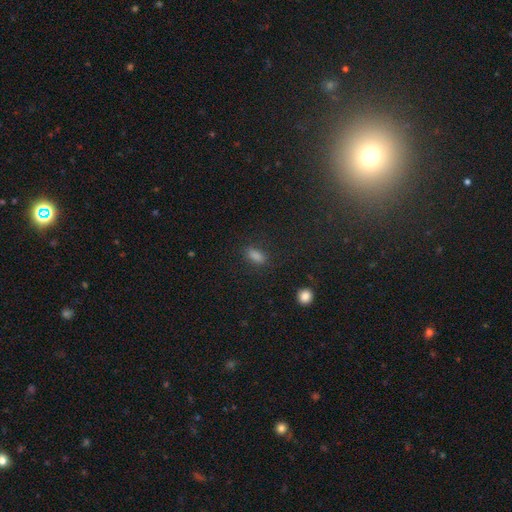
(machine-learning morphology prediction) Smooth or featured? Predicted: smooth (p=0.77). How rounded? Predicted: in between (p=0.79). Merging? Predicted: none (p=0.81).